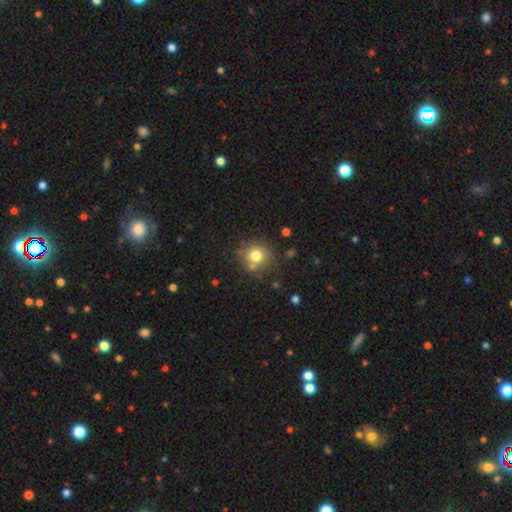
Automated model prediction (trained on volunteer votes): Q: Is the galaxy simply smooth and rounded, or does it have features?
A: smooth — 76%.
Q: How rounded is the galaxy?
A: round — 90%.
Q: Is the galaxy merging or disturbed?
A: none — 78%.